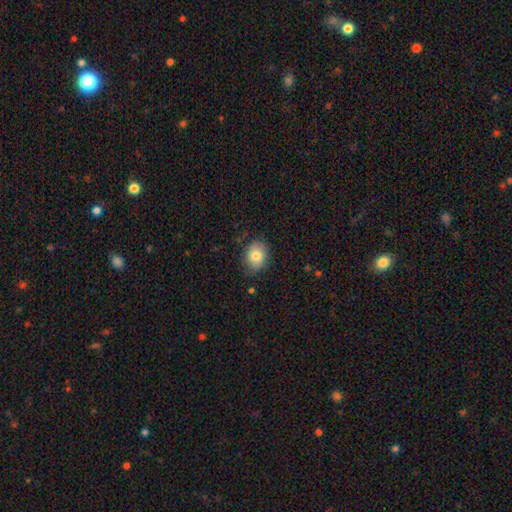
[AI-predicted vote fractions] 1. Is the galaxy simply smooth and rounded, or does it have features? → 79% smooth, 13% featured or disk, 9% star or artifact.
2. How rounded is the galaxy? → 54% in between, 45% round, 1% cigar-shaped.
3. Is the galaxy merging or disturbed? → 80% none, 16% minor disturbance, 3% major disturbance, 1% merger.